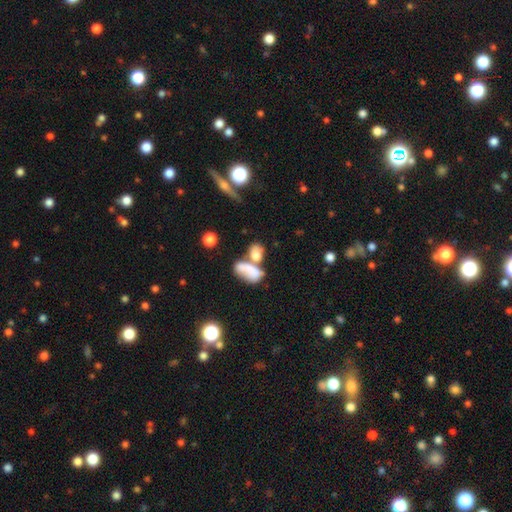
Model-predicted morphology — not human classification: smooth 69%, featured or disk 21%, star or artifact 10%. Down the decision tree: how rounded — in between (82%); merging — merger (60%).